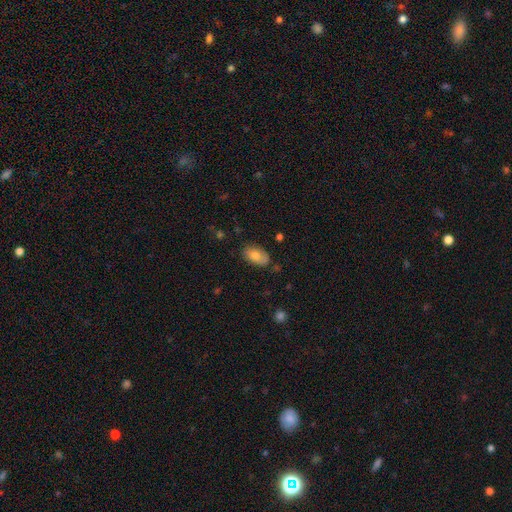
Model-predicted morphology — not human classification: This is likely a smooth galaxy (75%). How rounded: clearly in between (93%). Merging: likely none (74%).